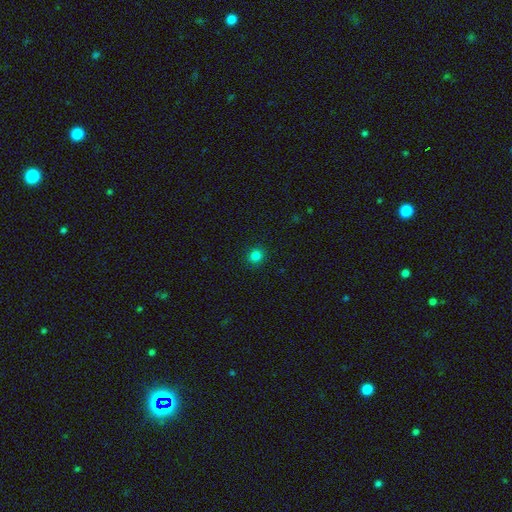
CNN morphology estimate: This appears to be a smooth galaxy with no disk features (82%) that is round (88%). Merging: none (92%).